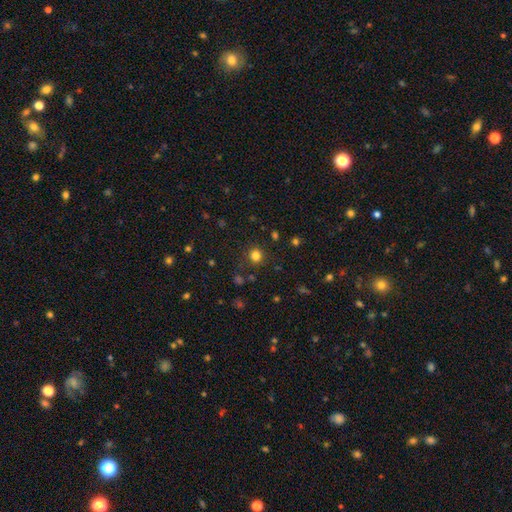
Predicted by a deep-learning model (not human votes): Morphology: type=smooth (80%); roundness=round (86%); merging=none (86%).